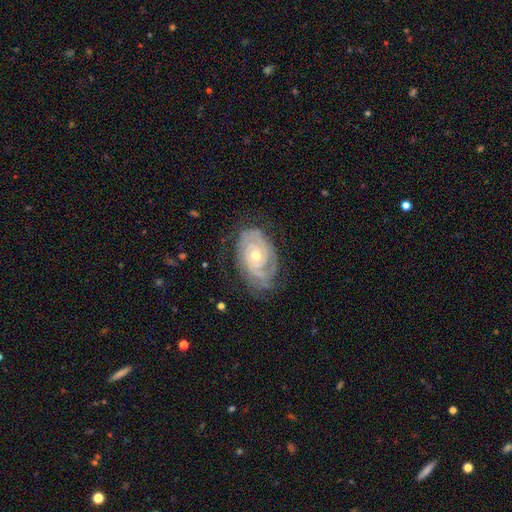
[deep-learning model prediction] This is clearly a featured or disk galaxy (88%). It is clearly not viewed edge-on (96%). Bar: likely no (74%). Spiral arm pattern: clearly yes (96%). Spiral arm count: marginally 2 (38%). Spiral winding: likely tight (79%). Central bulge: possibly moderate (56%). Merging: likely none (72%).